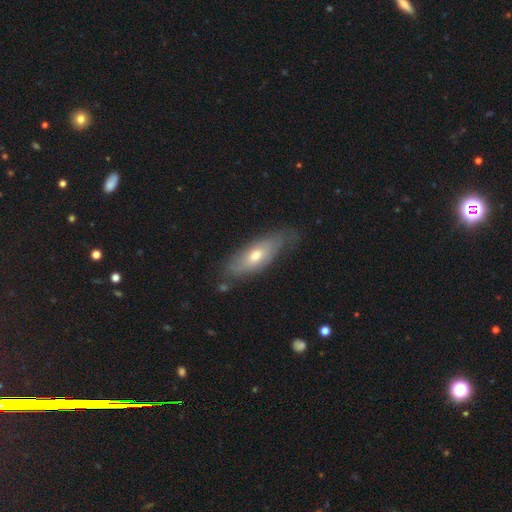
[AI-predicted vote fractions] Smooth or featured? Predicted: smooth (p=0.52). How rounded? Predicted: in between (p=0.66). Merging? Predicted: none (p=0.66).